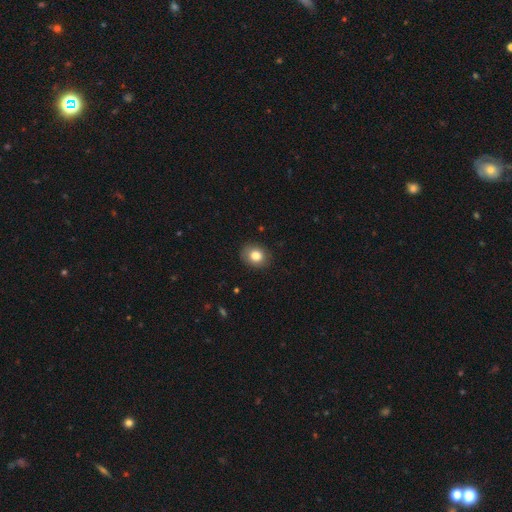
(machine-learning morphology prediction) Smooth or featured: smooth — 82% (star or artifact — 9%)
How rounded: round — 59% (in between — 41%)
Merging: none — 87% (minor disturbance — 9%)